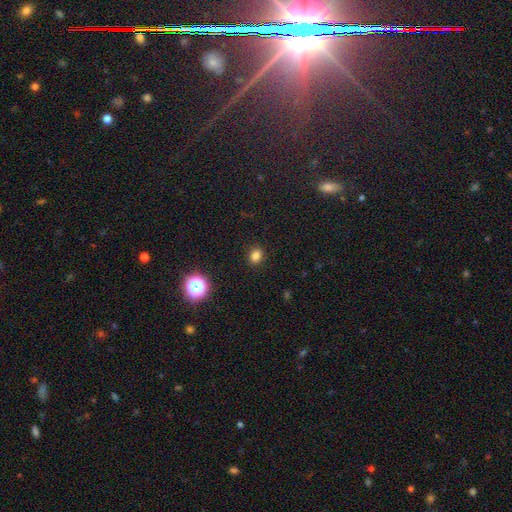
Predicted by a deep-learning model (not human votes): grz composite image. It shows a smooth galaxy with no disk features (81%) that is round (65%). Merging: none (89%).